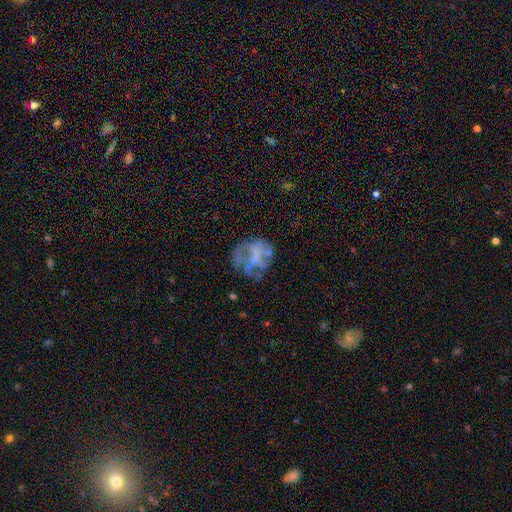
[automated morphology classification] The model was most divided on "merging": none: 49%, major disturbance: 26%, minor disturbance: 20%, merger: 5%. More confident: edge-on disk — no (98%); spiral arms — no (77%); bar — no (74%); bulge size — none (68%); smooth or featured — featured or disk (56%).